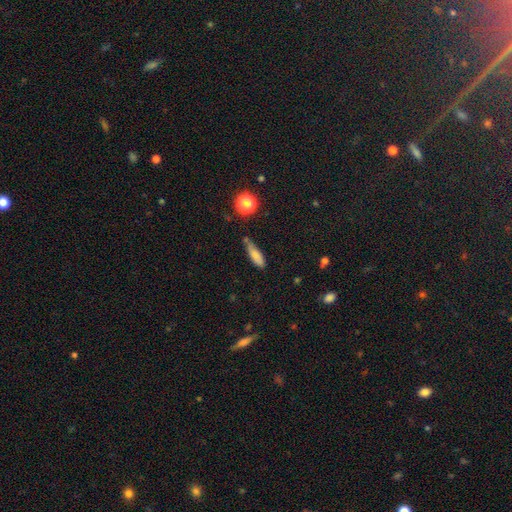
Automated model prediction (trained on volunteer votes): A smooth galaxy with no disk features (77%) that is cigar-shaped (58%). Merging: none (55%).